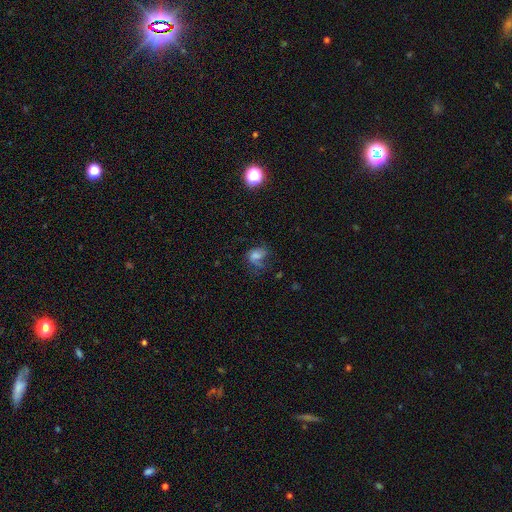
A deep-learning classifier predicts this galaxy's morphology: Smooth or featured?
  - smooth: 50% *
  - featured or disk: 32%
  - star or artifact: 18%
How rounded?
  - in between: 64% *
  - round: 35%
  - cigar-shaped: 2%
Merging?
  - none: 39% *
  - major disturbance: 34%
  - minor disturbance: 24%
  - merger: 4%